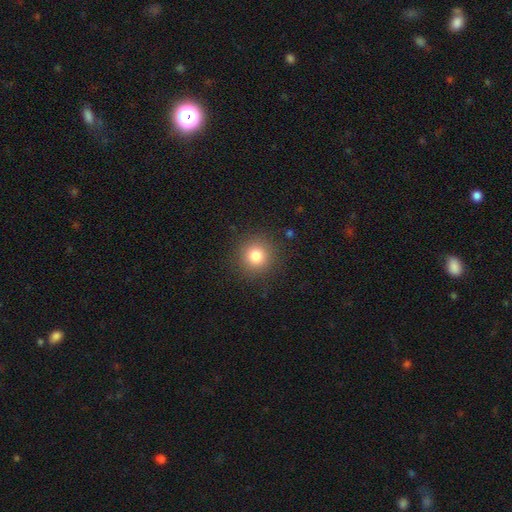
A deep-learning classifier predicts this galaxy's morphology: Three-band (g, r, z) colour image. It shows a smooth galaxy with no disk features (81%) that is round (91%). Merging: none (88%).